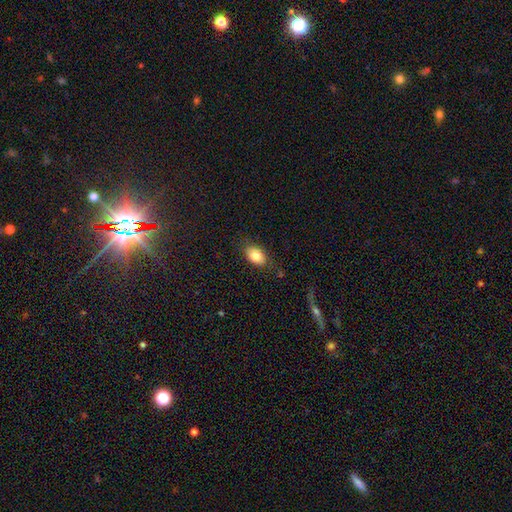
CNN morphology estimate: The model was most divided on "merging": none: 79%, minor disturbance: 15%, major disturbance: 4%, merger: 2%. More confident: how rounded — in between (84%); smooth or featured — smooth (82%).